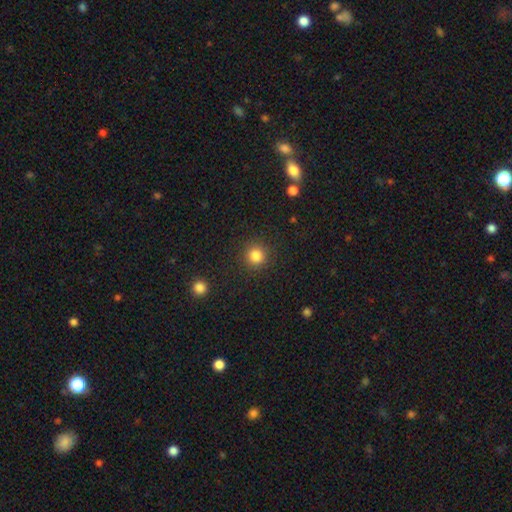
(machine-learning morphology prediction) smooth 84%, star or artifact 12%, featured or disk 5%. Down the decision tree: how rounded — round (93%); merging — none (90%).